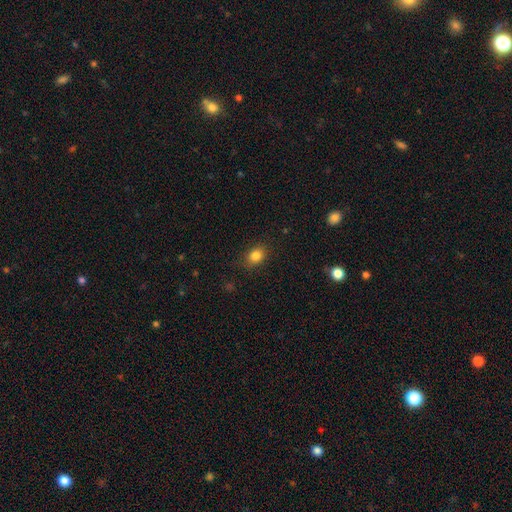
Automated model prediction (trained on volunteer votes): Smooth or featured: smooth — 84% (star or artifact — 11%)
How rounded: in between — 56% (round — 42%)
Merging: none — 85% (minor disturbance — 11%)